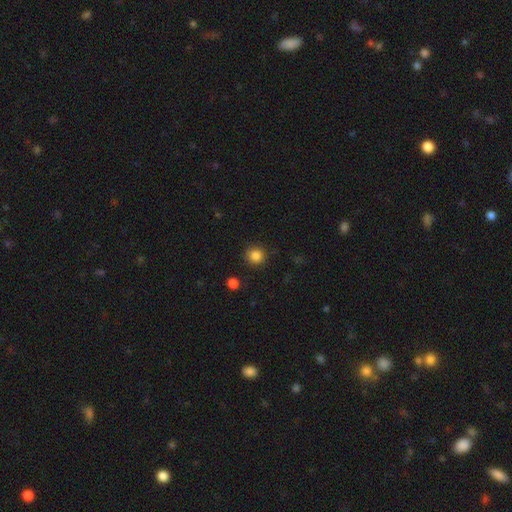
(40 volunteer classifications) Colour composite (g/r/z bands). It shows a smooth galaxy with no disk features (92%) that is round (95%). Merging: none (95%).